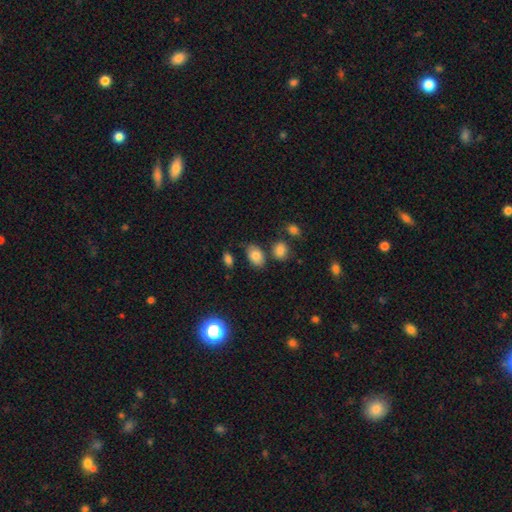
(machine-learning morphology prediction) A smooth galaxy with no disk features (82%) that is in between round and cigar-shaped (86%). Merging: none (73%).